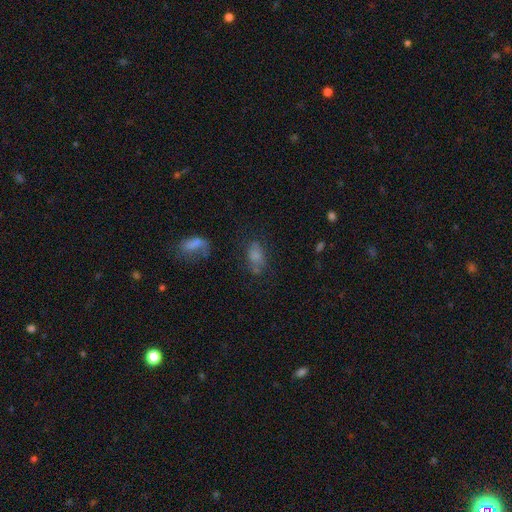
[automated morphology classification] Smooth or featured: smooth — 70% (star or artifact — 15%)
How rounded: in between — 84% (round — 13%)
Merging: none — 53% (minor disturbance — 22%)